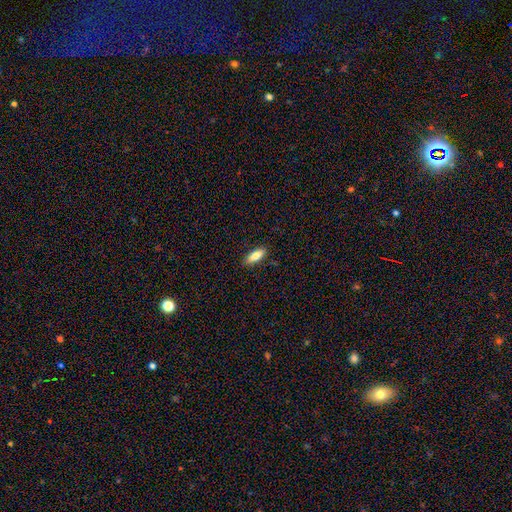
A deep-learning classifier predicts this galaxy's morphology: type=smooth (83%); roundness=in between (66%); merging=none (87%).